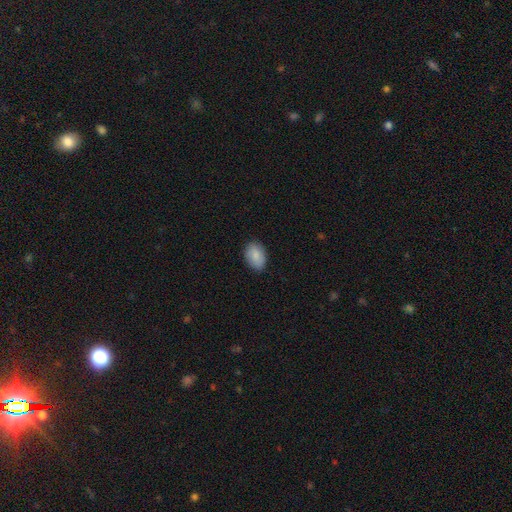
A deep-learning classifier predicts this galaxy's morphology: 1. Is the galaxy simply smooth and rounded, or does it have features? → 86% smooth, 8% featured or disk, 6% star or artifact.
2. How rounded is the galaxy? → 85% in between, 14% round, 1% cigar-shaped.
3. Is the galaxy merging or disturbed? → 86% none, 11% minor disturbance, 2% major disturbance, 1% merger.